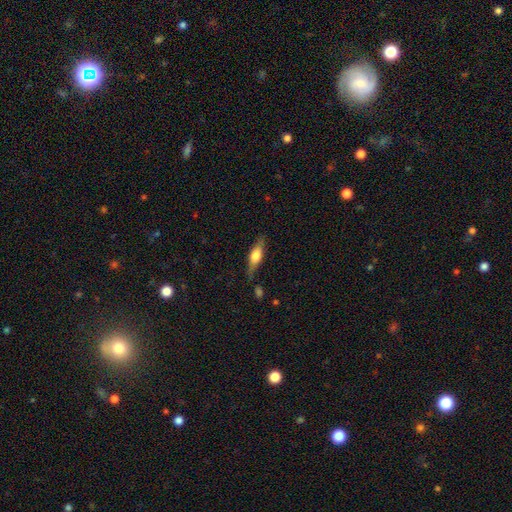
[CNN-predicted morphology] Smooth or featured?
  - smooth: 52% *
  - featured or disk: 41%
  - star or artifact: 6%
How rounded?
  - in between: 48% * (tied)
  - cigar-shaped: 48% * (tied)
  - round: 3%
Merging?
  - none: 72% *
  - minor disturbance: 19%
  - major disturbance: 5%
  - merger: 4%